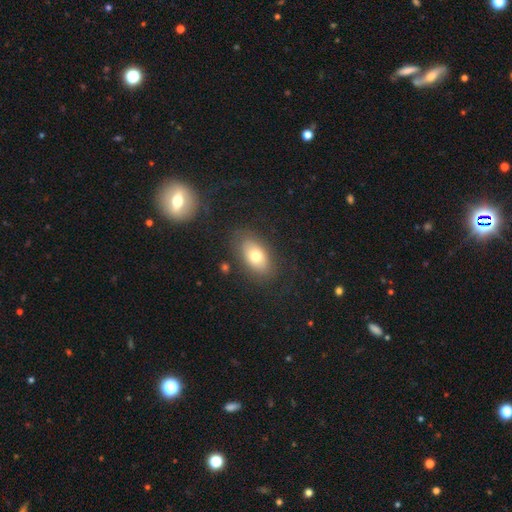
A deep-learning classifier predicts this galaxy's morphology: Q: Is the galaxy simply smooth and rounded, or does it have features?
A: smooth — 69%.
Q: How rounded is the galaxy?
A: in between — 90%.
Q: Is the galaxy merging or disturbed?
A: none — 80%.